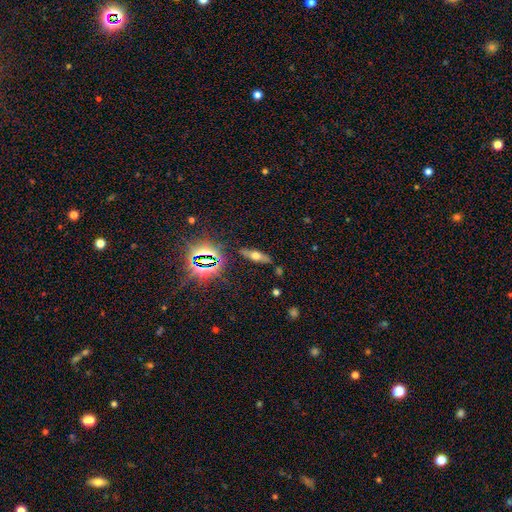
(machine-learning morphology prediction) type=featured or disk (41%); merging=none (81%).